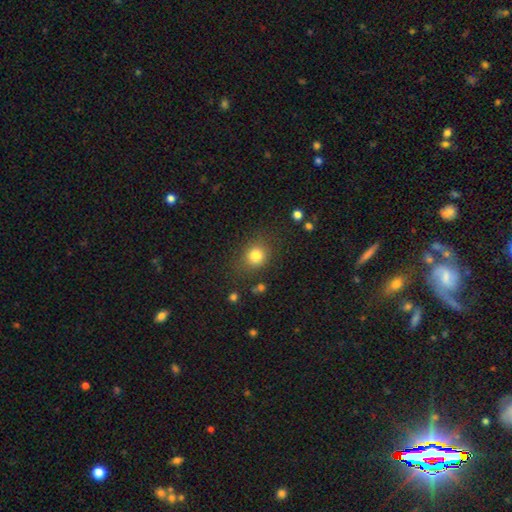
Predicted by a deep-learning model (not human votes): Overall: smooth (81%). How rounded: round (77%). Merging: none (79%).